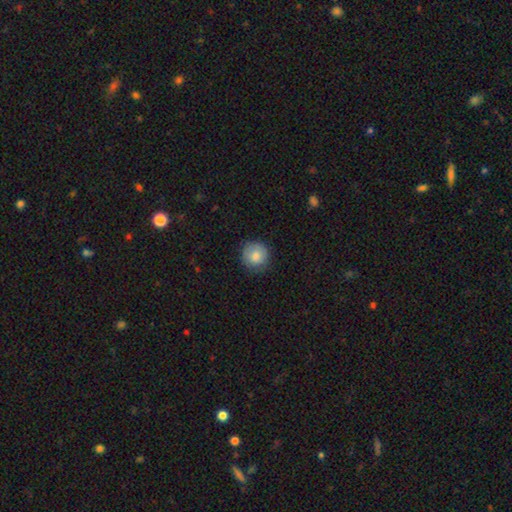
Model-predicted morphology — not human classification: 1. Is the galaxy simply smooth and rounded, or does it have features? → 81% smooth, 12% featured or disk, 7% star or artifact.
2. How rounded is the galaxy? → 93% round, 6% in between, 1% cigar-shaped.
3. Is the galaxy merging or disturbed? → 81% none, 15% minor disturbance, 3% major disturbance, 1% merger.